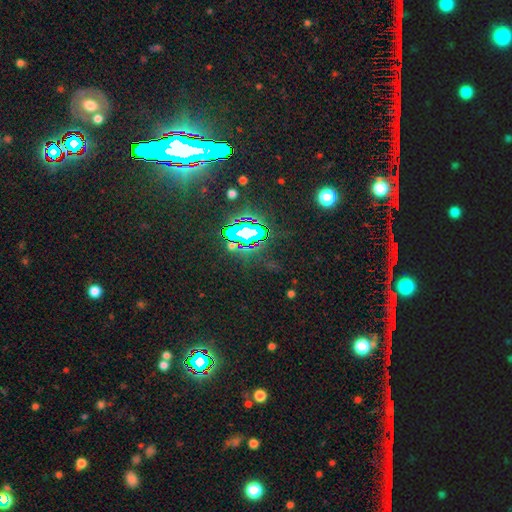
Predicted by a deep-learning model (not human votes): Overall: star or artifact (86%).